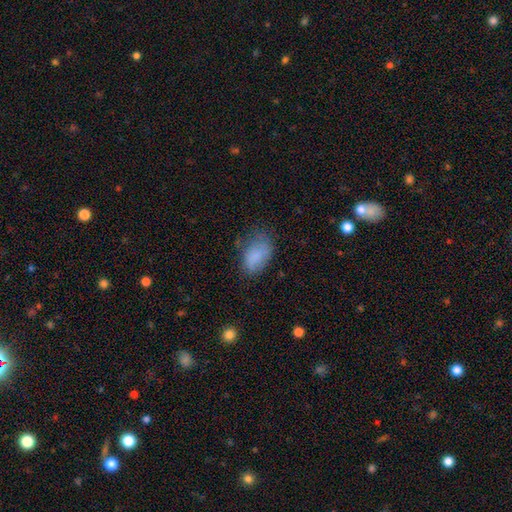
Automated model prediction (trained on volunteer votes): Smooth or featured? Predicted: smooth (p=0.78). How rounded? Predicted: in between (p=0.90). Merging? Predicted: none (p=0.52).